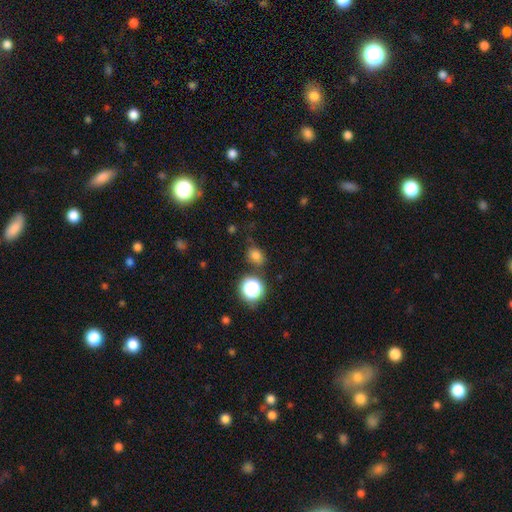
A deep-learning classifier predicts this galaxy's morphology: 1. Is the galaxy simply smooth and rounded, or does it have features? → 74% smooth, 20% star or artifact, 6% featured or disk.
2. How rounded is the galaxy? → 54% round, 45% in between, 1% cigar-shaped.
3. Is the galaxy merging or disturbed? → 70% none, 18% minor disturbance, 6% major disturbance, 6% merger.